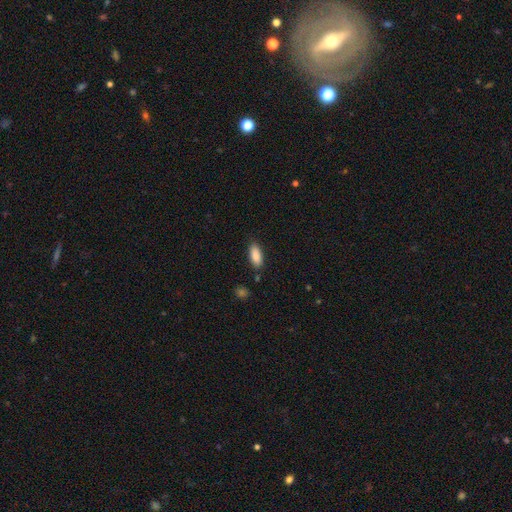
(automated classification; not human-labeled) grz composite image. It shows a smooth galaxy with no disk features (89%) that is in between round and cigar-shaped (82%). Merging: none (83%).